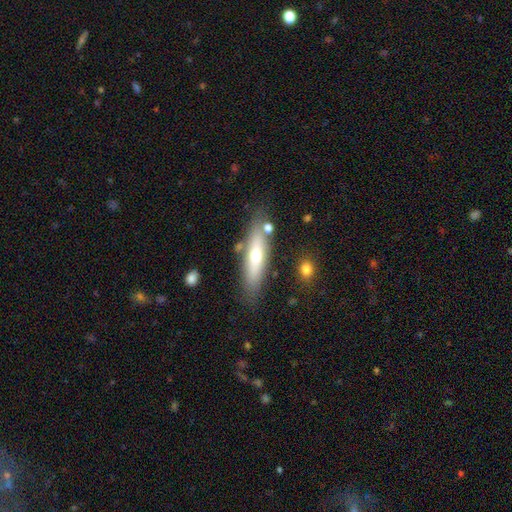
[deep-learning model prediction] smooth_or_featured: smooth (p=0.52) [alt: featured or disk p=0.41]
how_rounded: cigar-shaped (p=0.65) [alt: in between p=0.32]
merging: none (p=0.78) [alt: minor disturbance p=0.13]